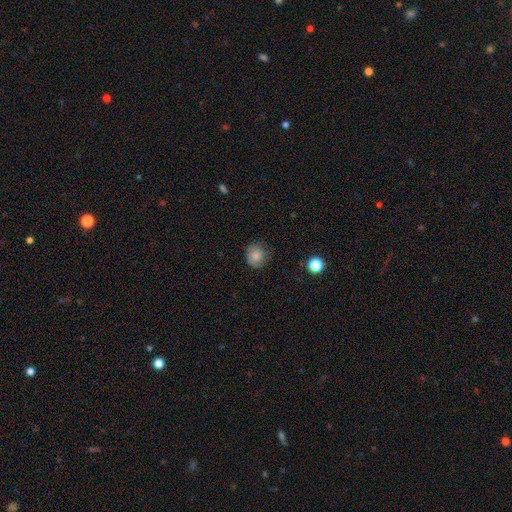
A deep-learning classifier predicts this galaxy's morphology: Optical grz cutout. It shows a smooth galaxy with no disk features (80%) that is round (81%). Merging: none (71%).